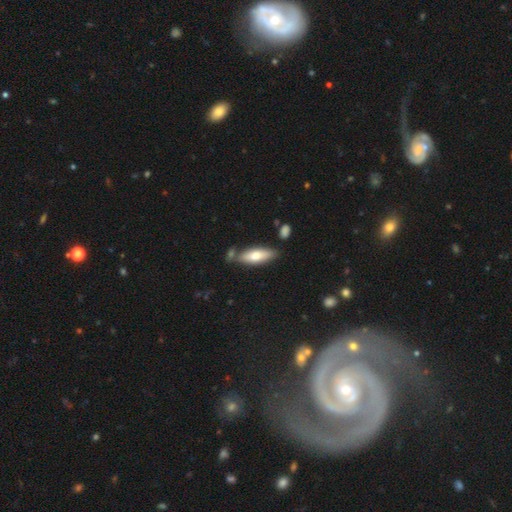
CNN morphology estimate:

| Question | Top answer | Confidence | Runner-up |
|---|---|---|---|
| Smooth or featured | smooth | 70% | featured or disk (25%) |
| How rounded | in between | 56% | cigar-shaped (42%) |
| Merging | none | 70% | minor disturbance (16%) |